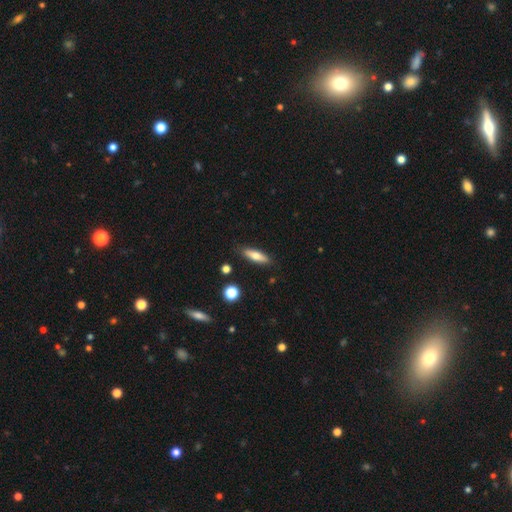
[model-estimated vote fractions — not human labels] Q: Smooth or featured?
A: smooth (67%); runner-up: featured or disk (26%)
Q: How rounded?
A: cigar-shaped (59%); runner-up: in between (38%)
Q: Merging?
A: none (86%); runner-up: minor disturbance (10%)